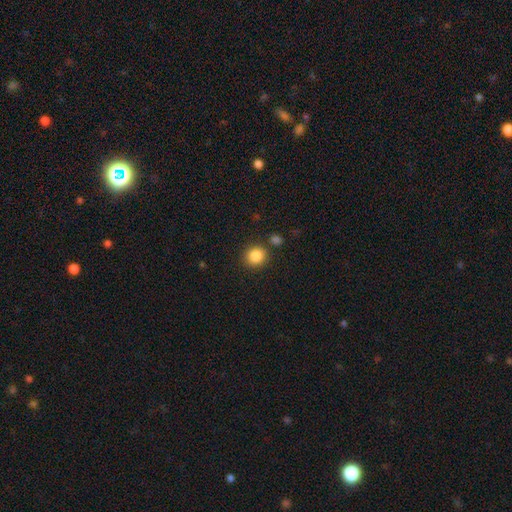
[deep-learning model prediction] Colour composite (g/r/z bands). It shows a smooth galaxy with no disk features (86%) that is round (86%). Merging: none (82%).